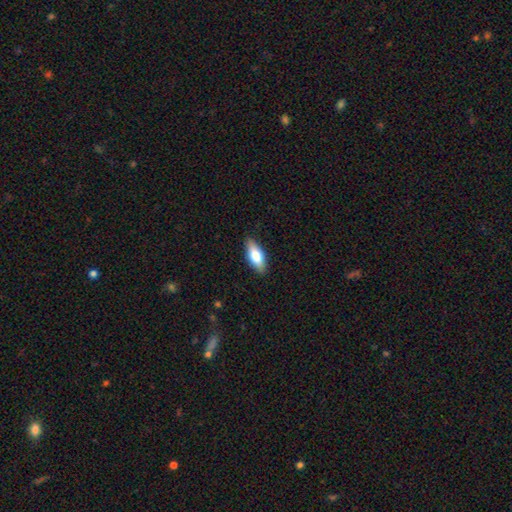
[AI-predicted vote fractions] Smooth or featured? Predicted: smooth (p=0.72). How rounded? Predicted: in between (p=0.78). Merging? Predicted: none (p=0.88).